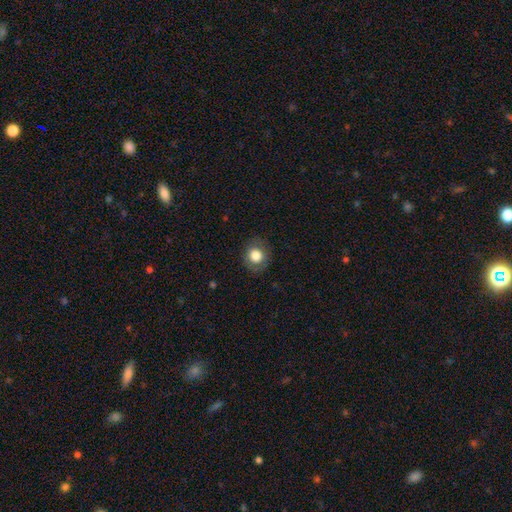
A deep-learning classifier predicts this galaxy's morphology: type=smooth (81%); roundness=round (77%); merging=none (84%).